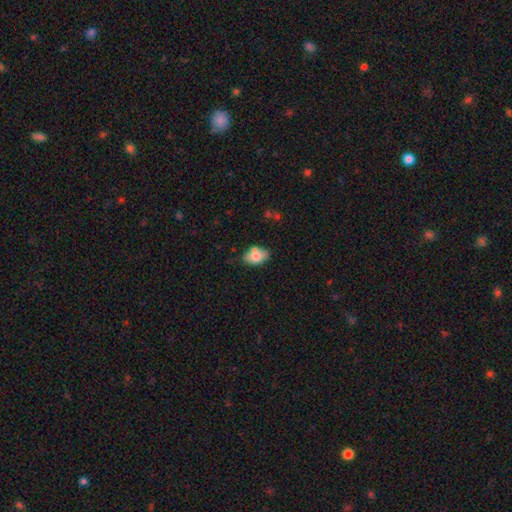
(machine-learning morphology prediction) This is likely a smooth galaxy (77%). How rounded: clearly in between (87%). Merging: likely none (66%).